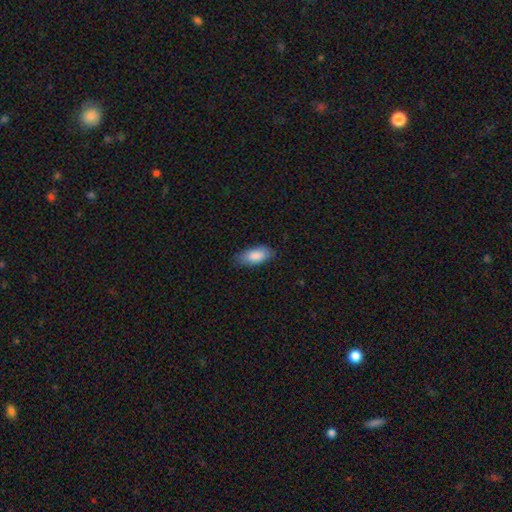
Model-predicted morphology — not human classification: smooth-or-featured: smooth: 88% | featured or disk: 7% | star or artifact: 6%
  how-rounded: in between: 88% | cigar-shaped: 10% | round: 2%
  merging: none: 80% | minor disturbance: 16% | major disturbance: 3% | merger: 1%